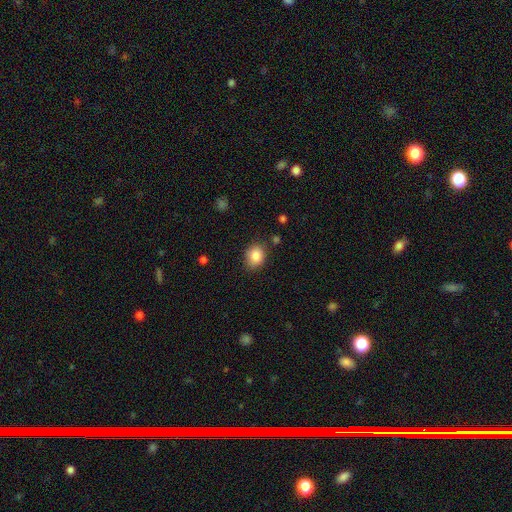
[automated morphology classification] The model was most divided on "how rounded": round: 54%, in between: 45%, cigar-shaped: 1%. More confident: smooth or featured — smooth (86%); merging — none (81%).